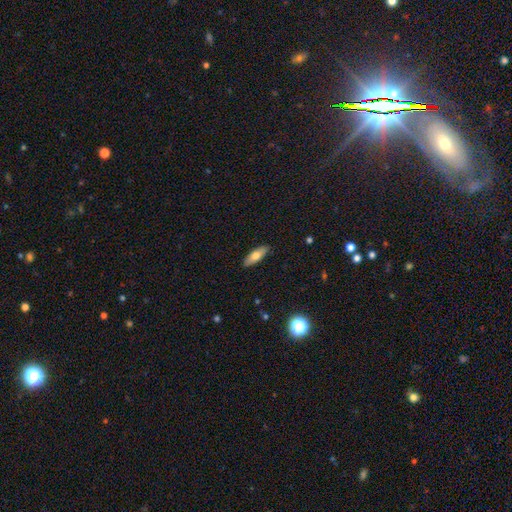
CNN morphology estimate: type=smooth (69%); roundness=in between (59%); merging=none (89%).